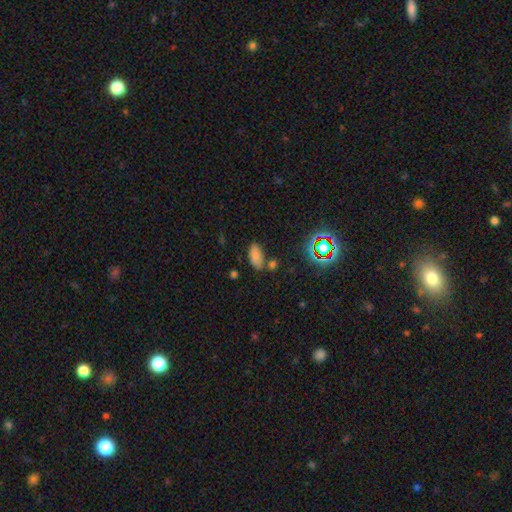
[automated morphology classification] A smooth galaxy with no disk features (74%) that is in between round and cigar-shaped (90%).

Vote fractions:
- Smooth or featured? smooth: 74% / star or artifact: 17% / featured or disk: 9%
- How rounded? in between: 90% / cigar-shaped: 6% / round: 3%
- Merging? none: 70% / minor disturbance: 16% / merger: 10% / major disturbance: 4%